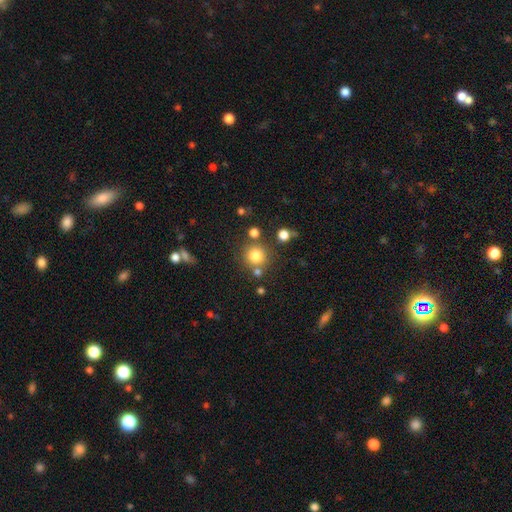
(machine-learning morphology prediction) Smooth or featured? smooth (79%)
How rounded? round (92%)
Merging? none (76%)